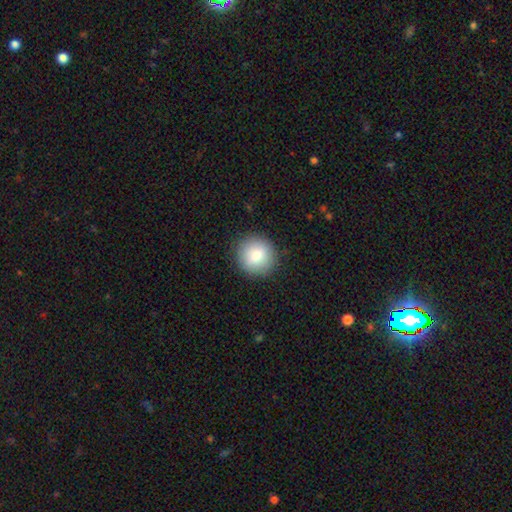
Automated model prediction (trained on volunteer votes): Smooth or featured: smooth — 83% (featured or disk — 8%)
How rounded: round — 93% (in between — 6%)
Merging: none — 90% (minor disturbance — 7%)